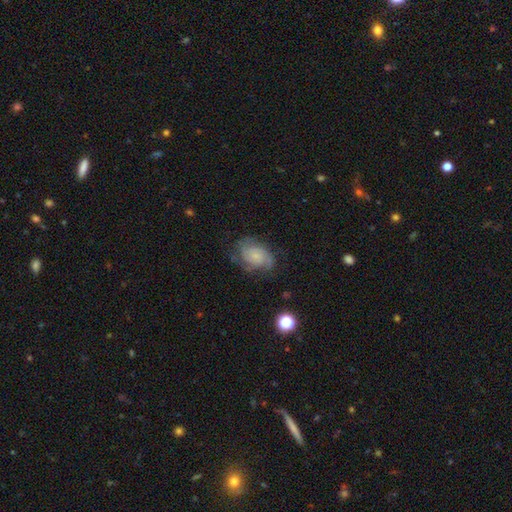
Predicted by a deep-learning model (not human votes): This appears to be a featured or disk galaxy (67%) with no bar (77%), 2 (43%) tight (51%) spiral arms (91%) and a small central bulge (63%). Merging: none (65%).